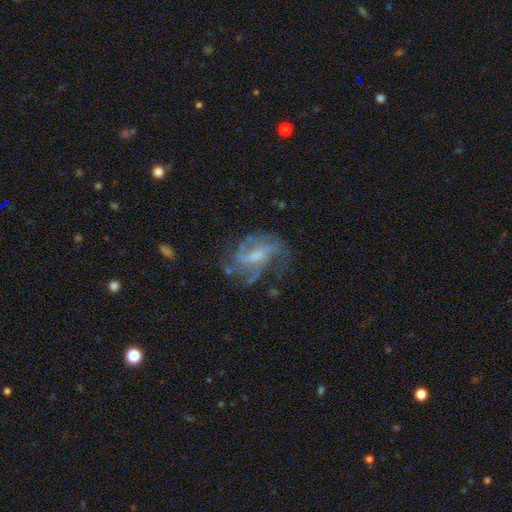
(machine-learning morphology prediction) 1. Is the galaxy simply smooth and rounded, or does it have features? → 79% featured or disk, 13% smooth, 9% star or artifact.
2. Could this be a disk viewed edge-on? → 97% no, 3% yes.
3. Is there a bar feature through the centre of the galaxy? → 49% weak, 33% no, 18% strong.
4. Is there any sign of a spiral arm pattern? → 87% yes, 13% no.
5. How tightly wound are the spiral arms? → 44% medium, 38% loose, 18% tight.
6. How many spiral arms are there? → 31% 3, 24% 2, 22% can't tell, 12% 4, 6% 1, 5% more than 4.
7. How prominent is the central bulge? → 39% moderate, 32% small, 22% none, 6% large, 1% dominant.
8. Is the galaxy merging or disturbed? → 53% none, 24% major disturbance, 20% minor disturbance, 3% merger.